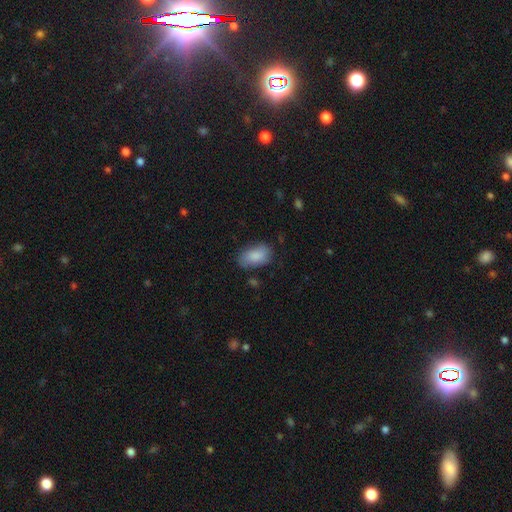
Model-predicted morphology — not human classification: smooth-or-featured: smooth: 85% | featured or disk: 9% | star or artifact: 7%
  how-rounded: in between: 92% | round: 5% | cigar-shaped: 2%
  merging: none: 70% | minor disturbance: 21% | major disturbance: 6% | merger: 2%